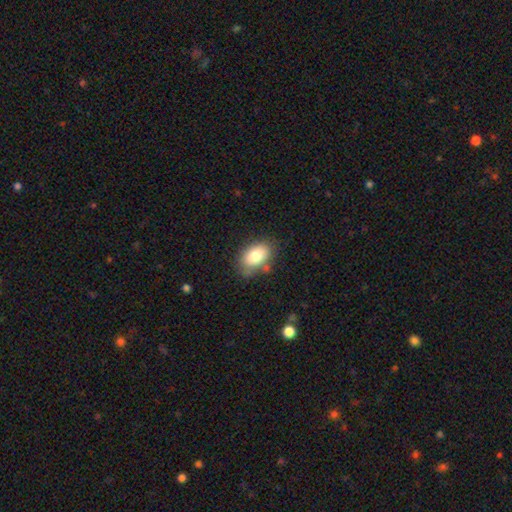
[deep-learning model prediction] Morphology: type=smooth (80%); roundness=in between (89%); merging=none (73%).